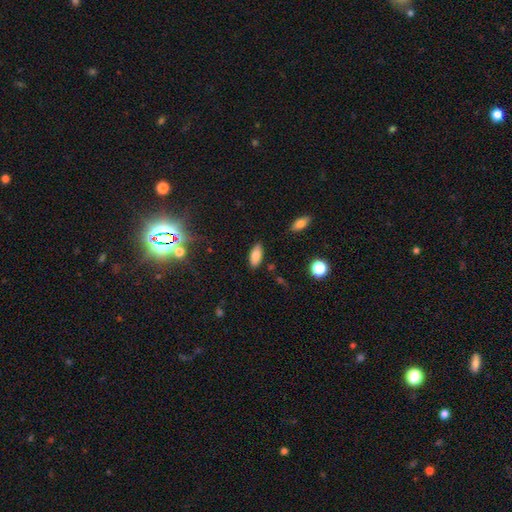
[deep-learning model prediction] Overall: smooth (83%). How rounded: in between (86%). Merging: none (86%).